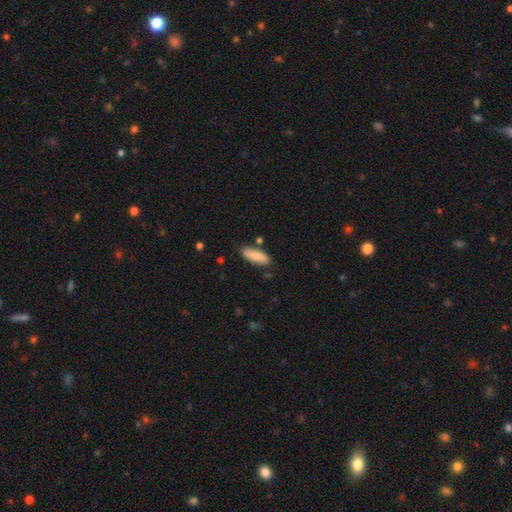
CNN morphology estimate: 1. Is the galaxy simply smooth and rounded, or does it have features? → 86% smooth, 8% featured or disk, 6% star or artifact.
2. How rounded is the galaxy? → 65% in between, 33% cigar-shaped, 2% round.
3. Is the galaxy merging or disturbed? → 80% none, 13% minor disturbance, 4% merger, 3% major disturbance.